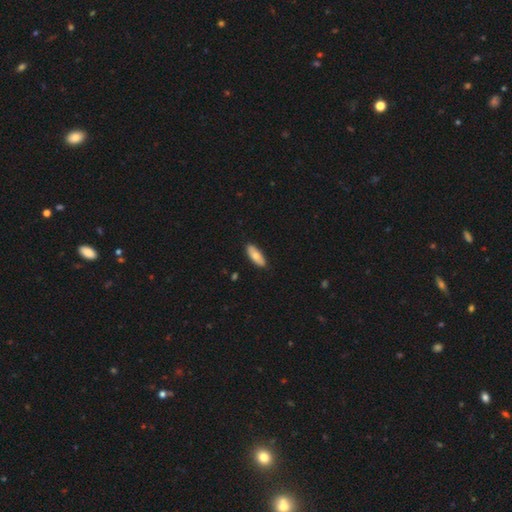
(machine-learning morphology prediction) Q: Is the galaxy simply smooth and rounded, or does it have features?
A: smooth — 71%.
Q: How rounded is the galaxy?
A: in between — 72%.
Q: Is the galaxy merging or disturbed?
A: none — 87%.